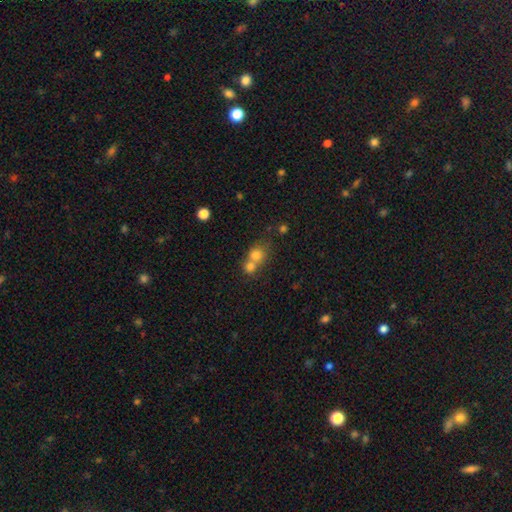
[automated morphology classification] Smooth or featured?
  - smooth: 74% *
  - star or artifact: 14%
  - featured or disk: 12%
How rounded?
  - round: 78% *
  - in between: 21%
  - cigar-shaped: 1%
Merging?
  - merger: 59% *
  - none: 33%
  - minor disturbance: 6%
  - major disturbance: 3%